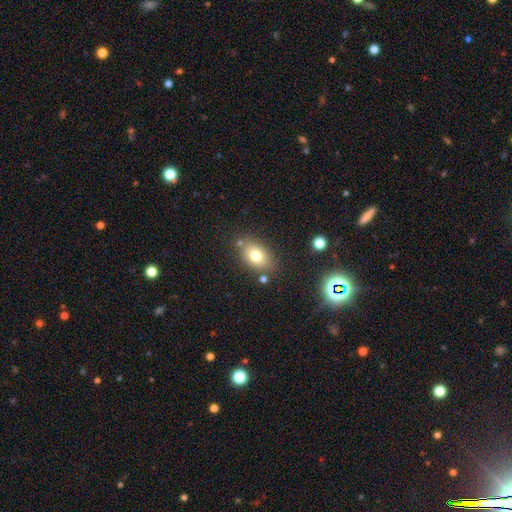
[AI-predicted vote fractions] Smooth or featured?
  - smooth: 76% *
  - featured or disk: 13%
  - star or artifact: 11%
How rounded?
  - in between: 77% *
  - round: 21%
  - cigar-shaped: 2%
Merging?
  - none: 75% *
  - minor disturbance: 14%
  - merger: 7%
  - major disturbance: 4%